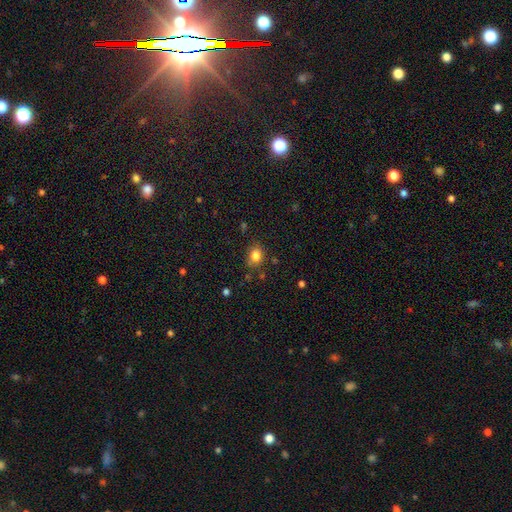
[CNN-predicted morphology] type=smooth (82%); roundness=round (56%); merging=none (74%).